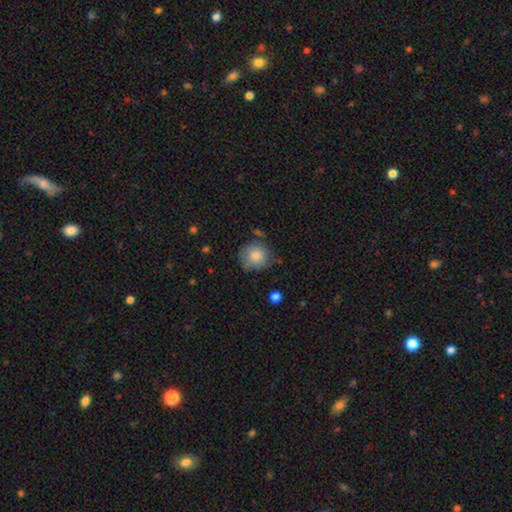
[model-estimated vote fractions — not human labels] Smooth or featured? Predicted: smooth (p=0.82). How rounded? Predicted: round (p=0.87). Merging? Predicted: none (p=0.69).